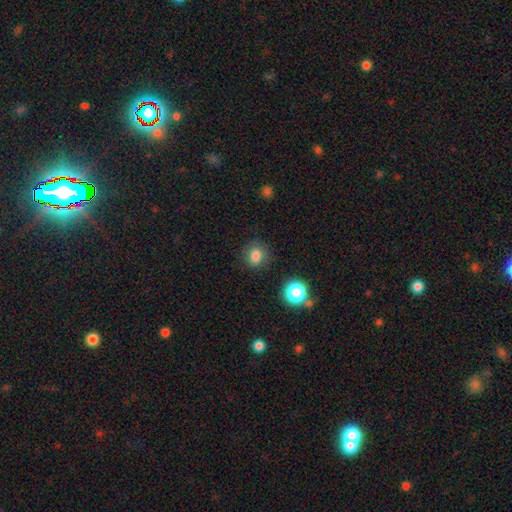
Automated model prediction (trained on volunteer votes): A smooth galaxy with no disk features (82%) that is round (74%).

Vote fractions:
- Smooth or featured? smooth: 82% / star or artifact: 13% / featured or disk: 5%
- How rounded? round: 74% / in between: 25% / cigar-shaped: 1%
- Merging? none: 83% / minor disturbance: 11% / major disturbance: 4% / merger: 2%